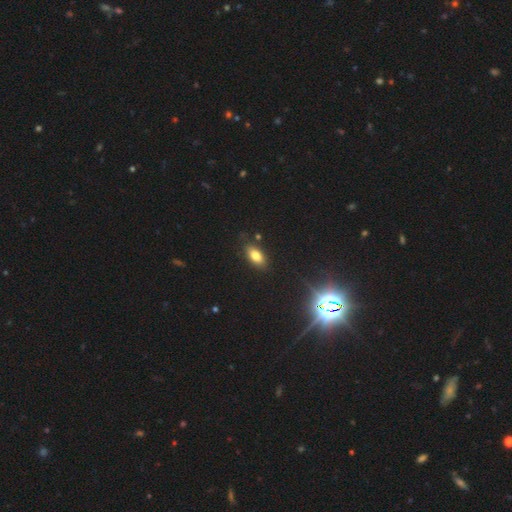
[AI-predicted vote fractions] Smooth or featured: smooth — 78% (star or artifact — 11%)
How rounded: in between — 89% (cigar-shaped — 7%)
Merging: none — 85% (minor disturbance — 11%)